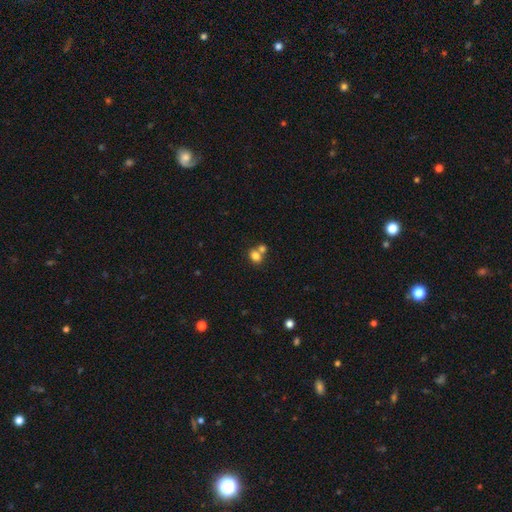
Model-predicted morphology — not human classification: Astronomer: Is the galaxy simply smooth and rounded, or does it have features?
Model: smooth — 79%.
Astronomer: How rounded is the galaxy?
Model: in between — 61% (runner-up: round, 38%).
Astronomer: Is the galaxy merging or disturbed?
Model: merger — 49% (runner-up: none, 40%).